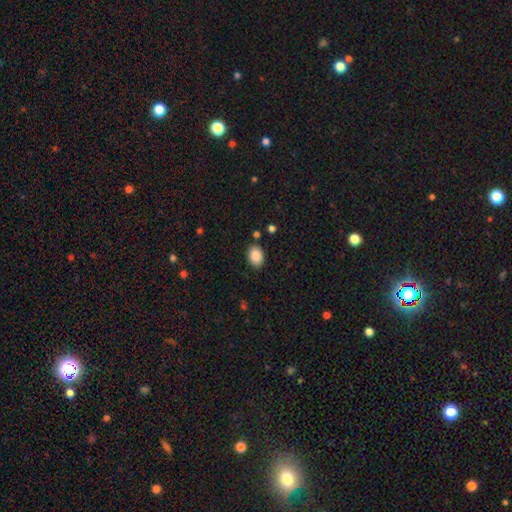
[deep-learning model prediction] A smooth galaxy with no disk features (87%) that is in between round and cigar-shaped (77%).

Vote fractions:
- Smooth or featured? smooth: 87% / star or artifact: 8% / featured or disk: 5%
- How rounded? in between: 77% / round: 22% / cigar-shaped: 1%
- Merging? none: 86% / minor disturbance: 9% / major disturbance: 2% / merger: 2%